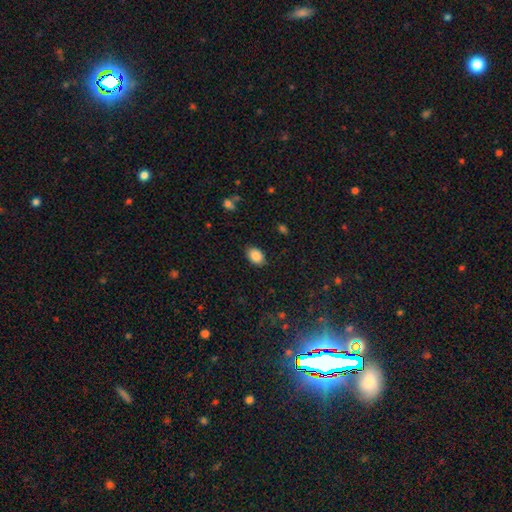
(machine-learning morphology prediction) smooth-or-featured: smooth: 87% | star or artifact: 8% | featured or disk: 5%
  how-rounded: in between: 82% | round: 17% | cigar-shaped: 1%
  merging: none: 85% | minor disturbance: 11% | major disturbance: 3% | merger: 1%